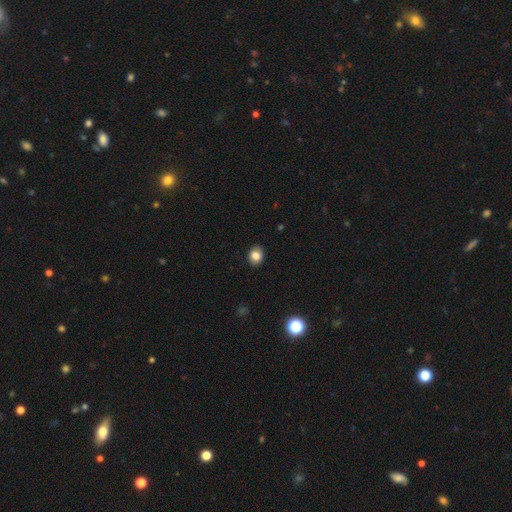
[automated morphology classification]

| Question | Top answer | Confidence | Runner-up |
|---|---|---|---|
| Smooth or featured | smooth | 83% | star or artifact (10%) |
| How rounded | round | 57% | in between (42%) |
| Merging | none | 89% | minor disturbance (8%) |